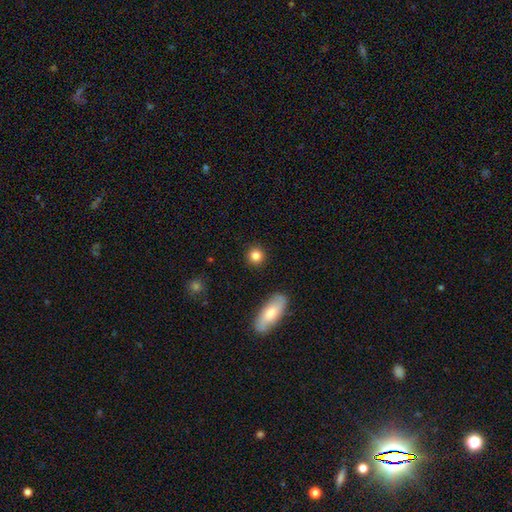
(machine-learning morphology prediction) Q: Smooth or featured?
A: smooth (85%); runner-up: star or artifact (9%)
Q: How rounded?
A: round (91%); runner-up: in between (8%)
Q: Merging?
A: none (90%); runner-up: minor disturbance (6%)